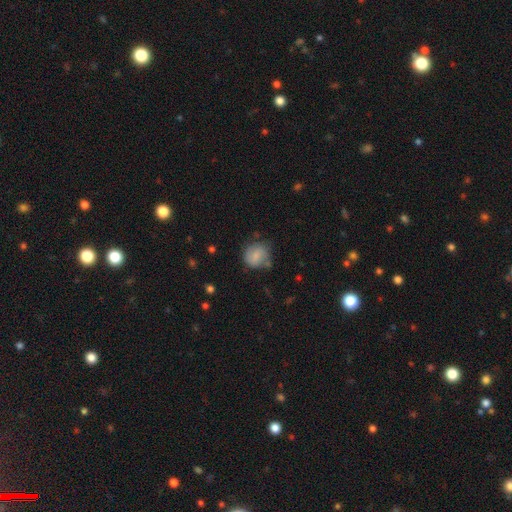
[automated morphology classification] Smooth or featured?
  - smooth: 77% *
  - featured or disk: 15%
  - star or artifact: 9%
How rounded?
  - round: 78% *
  - in between: 21%
  - cigar-shaped: 1%
Merging?
  - none: 60% *
  - minor disturbance: 26%
  - major disturbance: 9%
  - merger: 5%